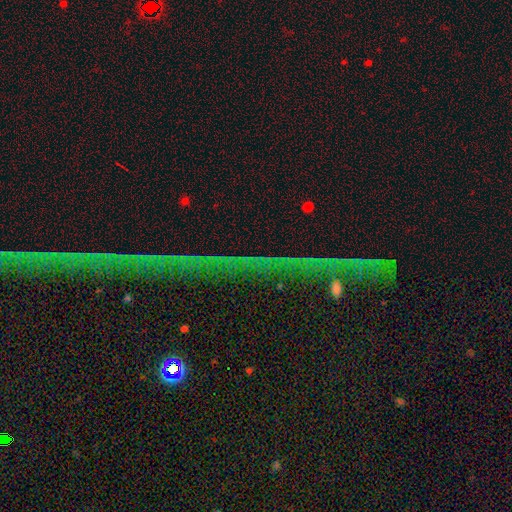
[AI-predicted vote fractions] The model was most divided on "smooth or featured": star or artifact: 76%, featured or disk: 13%, smooth: 10%.